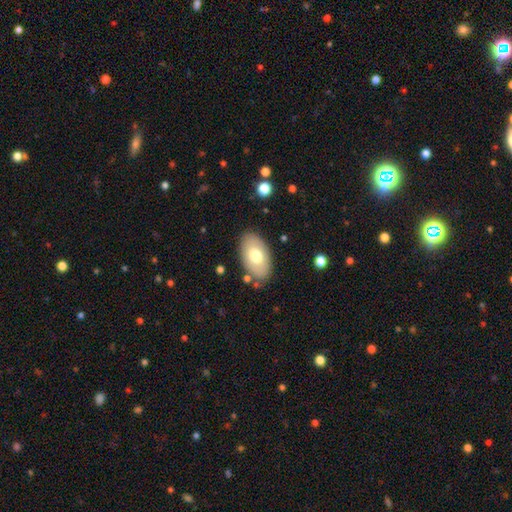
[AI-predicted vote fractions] Overall: smooth (69%). How rounded: in between (94%). Merging: none (81%).